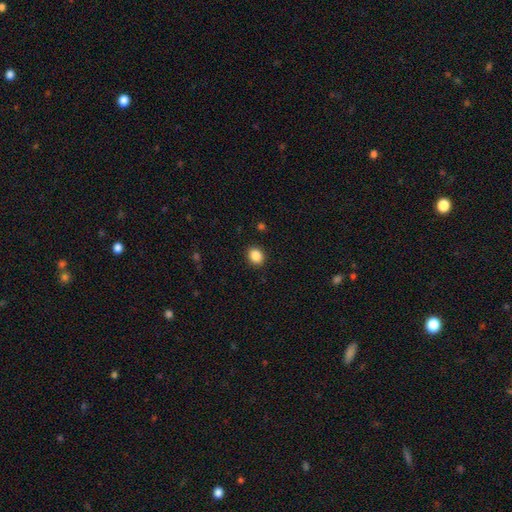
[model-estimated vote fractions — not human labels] Smooth or featured? smooth (87%)
How rounded? round (53%)
Merging? none (90%)